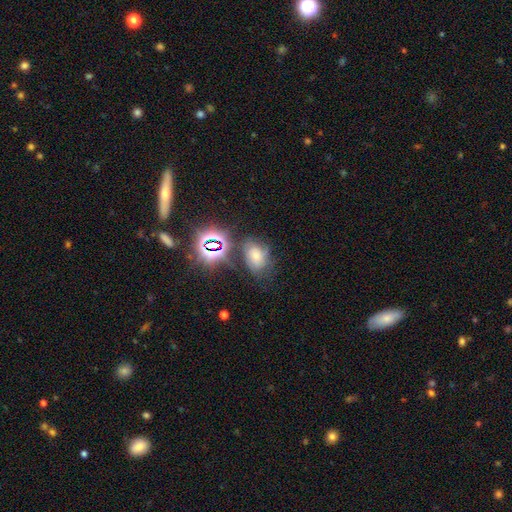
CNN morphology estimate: type=smooth (39%); merging=none (56%).